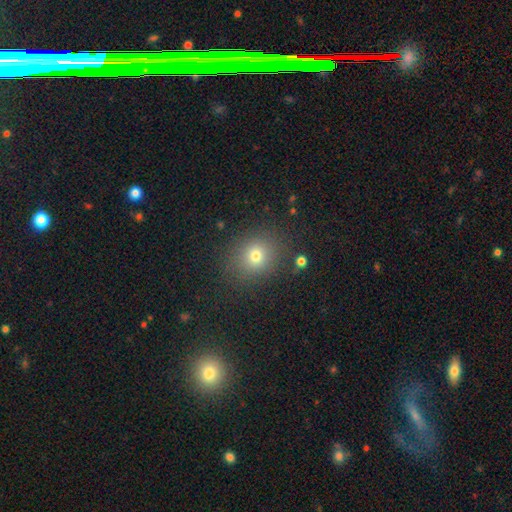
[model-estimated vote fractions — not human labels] Q: Smooth or featured?
A: smooth (73%); runner-up: star or artifact (17%)
Q: How rounded?
A: round (72%); runner-up: in between (27%)
Q: Merging?
A: none (84%); runner-up: minor disturbance (9%)